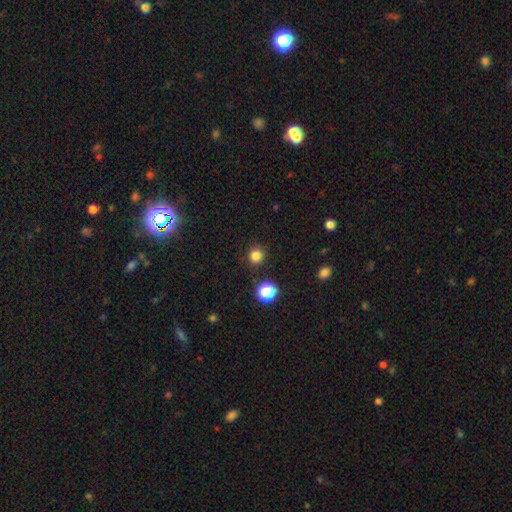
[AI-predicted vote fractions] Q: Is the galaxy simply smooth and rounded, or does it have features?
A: smooth — 81%.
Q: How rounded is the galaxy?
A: round — 90%.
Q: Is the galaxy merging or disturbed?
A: none — 90%.